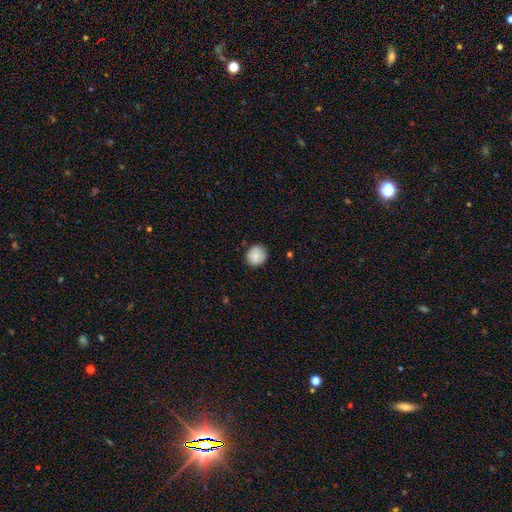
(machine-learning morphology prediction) The model was most divided on "merging": none: 83%, minor disturbance: 13%, major disturbance: 2%, merger: 1%. More confident: how rounded — round (84%); smooth or featured — smooth (82%).